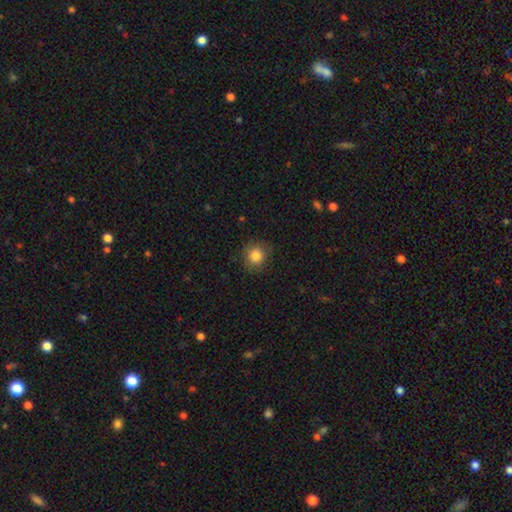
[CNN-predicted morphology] smooth 84%, star or artifact 10%, featured or disk 6%. Down the decision tree: how rounded — round (89%); merging — none (84%).